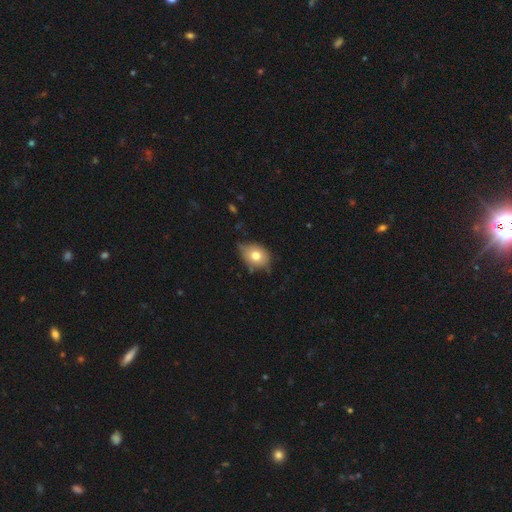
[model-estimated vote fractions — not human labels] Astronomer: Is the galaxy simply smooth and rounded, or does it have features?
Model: smooth — 74%.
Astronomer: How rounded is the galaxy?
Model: in between — 53% (runner-up: round, 46%).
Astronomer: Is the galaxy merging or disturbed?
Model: none — 55% (runner-up: minor disturbance, 36%).